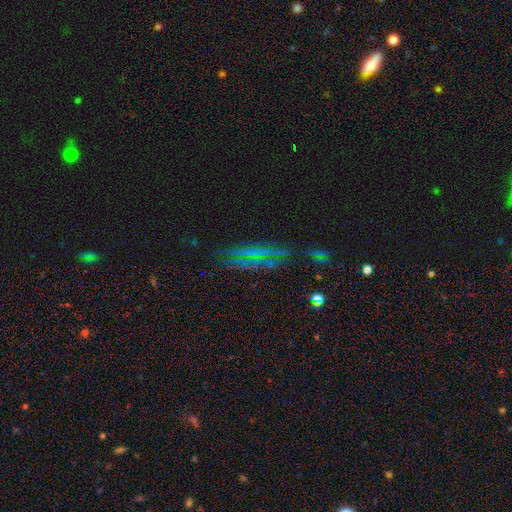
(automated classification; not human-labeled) star or artifact 36%, featured or disk 33%, smooth 31%.